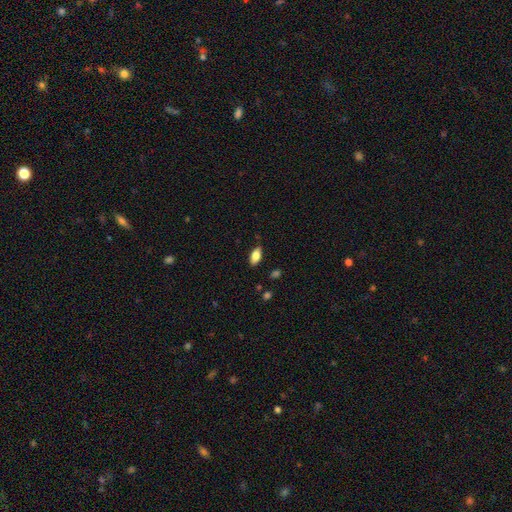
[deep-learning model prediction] Q: Smooth or featured?
A: smooth (78%); runner-up: featured or disk (14%)
Q: How rounded?
A: in between (90%); runner-up: cigar-shaped (7%)
Q: Merging?
A: none (85%); runner-up: minor disturbance (12%)